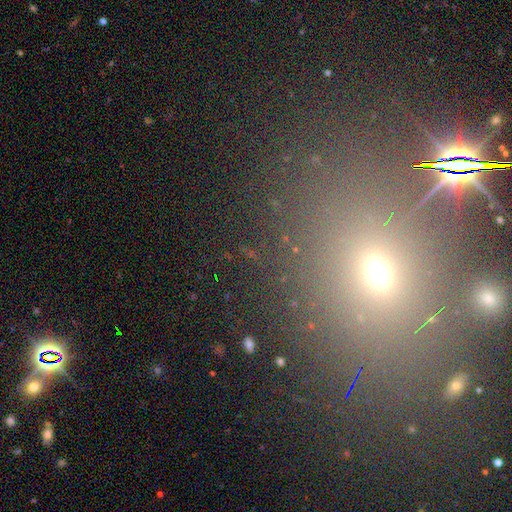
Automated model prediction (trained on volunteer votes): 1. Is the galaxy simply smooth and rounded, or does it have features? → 50% star or artifact, 39% smooth, 12% featured or disk.